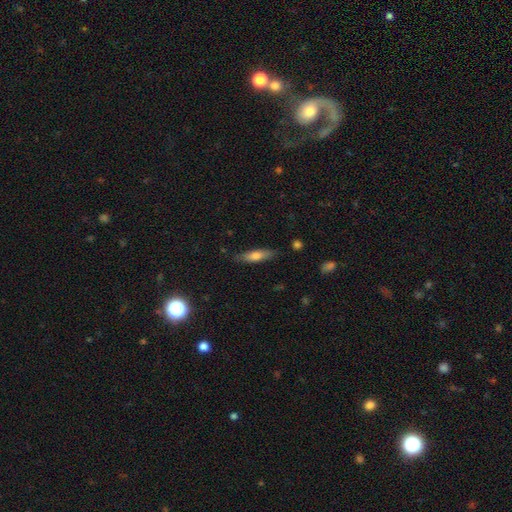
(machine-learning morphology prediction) smooth 69%, featured or disk 24%, star or artifact 7%. Down the decision tree: how rounded — cigar-shaped (60%); merging — none (83%).